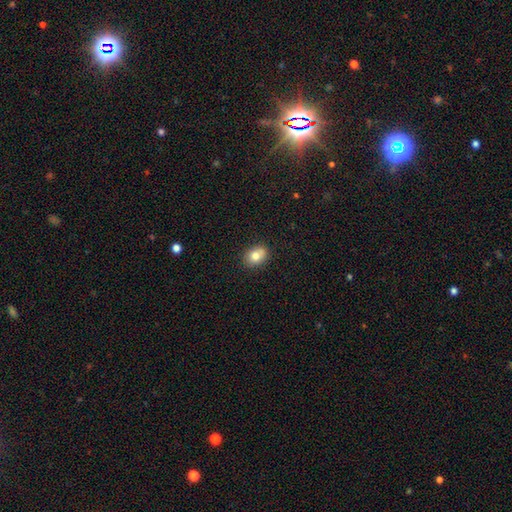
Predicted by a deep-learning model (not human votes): Q: Smooth or featured?
A: smooth (80%); runner-up: featured or disk (11%)
Q: How rounded?
A: in between (65%); runner-up: round (34%)
Q: Merging?
A: none (75%); runner-up: minor disturbance (16%)